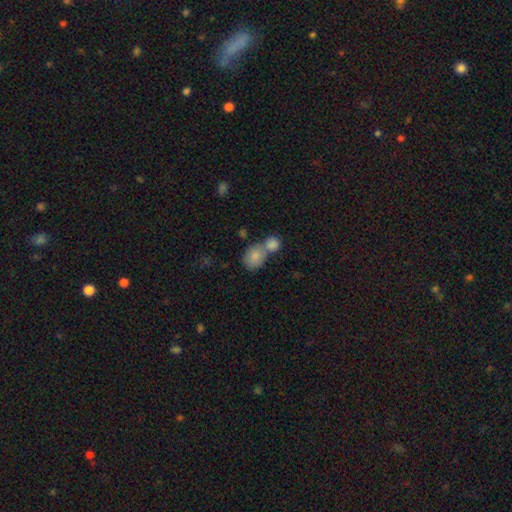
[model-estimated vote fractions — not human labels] A smooth galaxy with no disk features (84%) that is in between round and cigar-shaped (53%).

Vote fractions:
- Smooth or featured? smooth: 84% / featured or disk: 9% / star or artifact: 7%
- How rounded? in between: 53% / round: 45% / cigar-shaped: 1%
- Merging? merger: 60% / none: 29% / minor disturbance: 8% / major disturbance: 4%